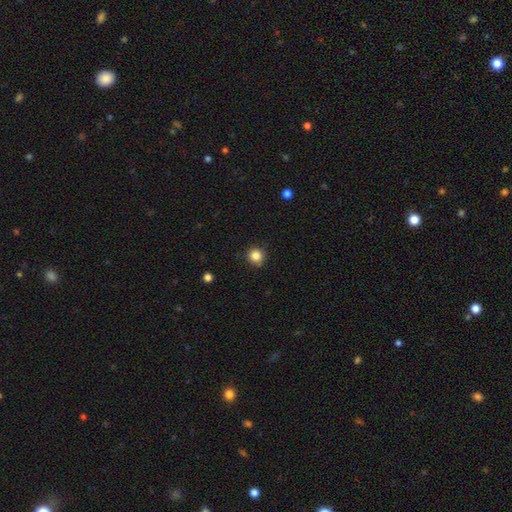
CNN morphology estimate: Overall: smooth (85%). How rounded: round (92%). Merging: none (87%).